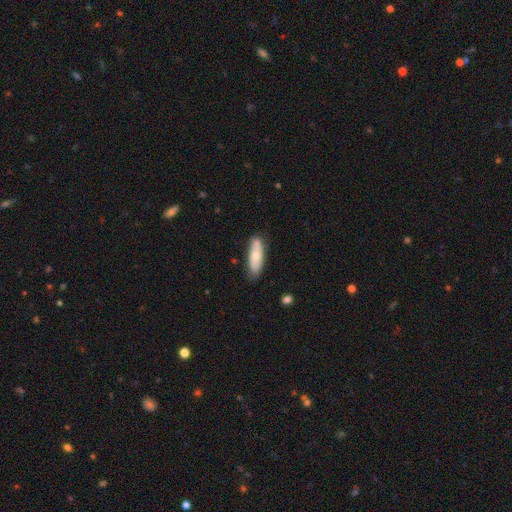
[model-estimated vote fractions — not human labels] A smooth galaxy with no disk features (64%) that is in between round and cigar-shaped (58%). Merging: none (79%).